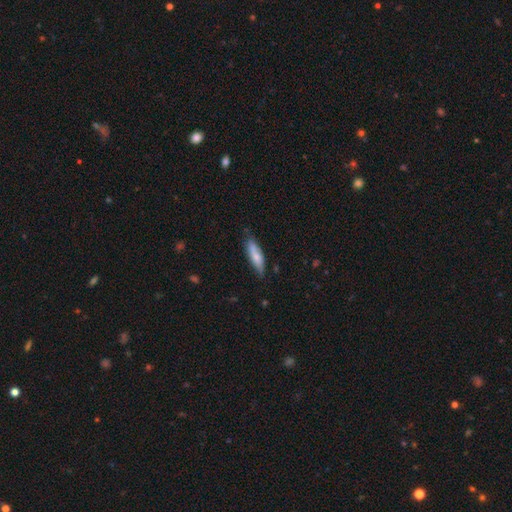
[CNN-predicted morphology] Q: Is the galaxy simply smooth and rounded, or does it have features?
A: smooth — 71%.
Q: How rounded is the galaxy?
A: cigar-shaped — 58%.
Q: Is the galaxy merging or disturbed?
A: none — 71%.